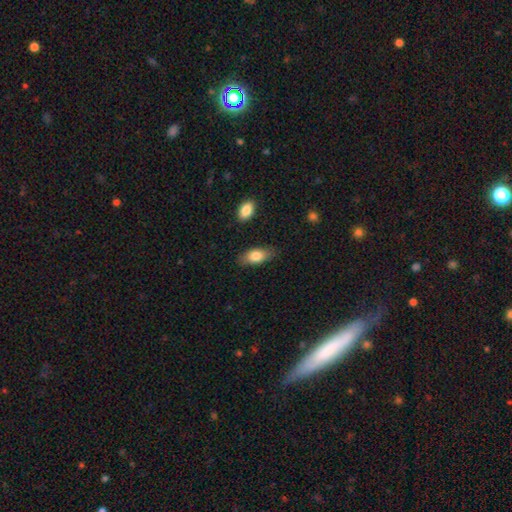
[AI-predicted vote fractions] Overall: smooth (80%). How rounded: in between (87%). Merging: none (81%).